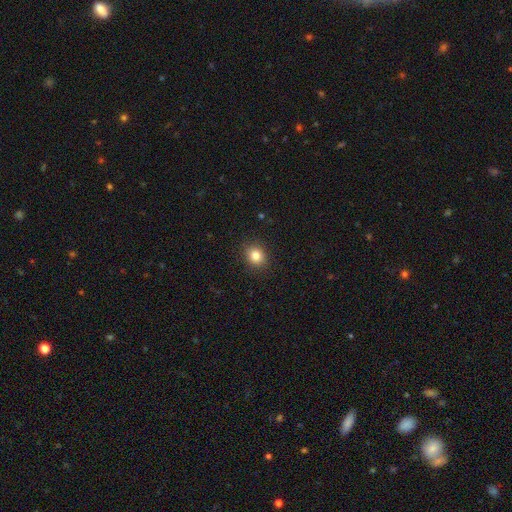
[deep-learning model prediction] Q: Smooth or featured?
A: smooth (83%); runner-up: star or artifact (11%)
Q: How rounded?
A: round (70%); runner-up: in between (29%)
Q: Merging?
A: none (90%); runner-up: minor disturbance (7%)